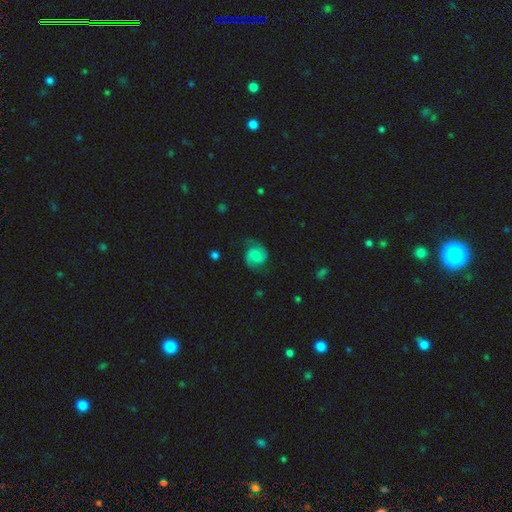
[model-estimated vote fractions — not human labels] smooth-or-featured: featured or disk: 58% | smooth: 33% | star or artifact: 9%
  disk-edge-on: no: 98% | yes: 2%
    bar: no: 61% | weak: 33% | strong: 6%
    has-spiral-arms: yes: 93% | no: 7%
      spiral-winding: medium: 48% | tight: 27% | loose: 26%
      spiral-arm-count: 2: 88% | can't tell: 5% | 1: 3% | 3: 1% | 4: 1% | more than 4: 1%
    bulge-size: small: 36% | moderate: 29% | none: 24% | large: 9% | dominant: 3%
  merging: none: 70% | minor disturbance: 20% | major disturbance: 9% | merger: 1%